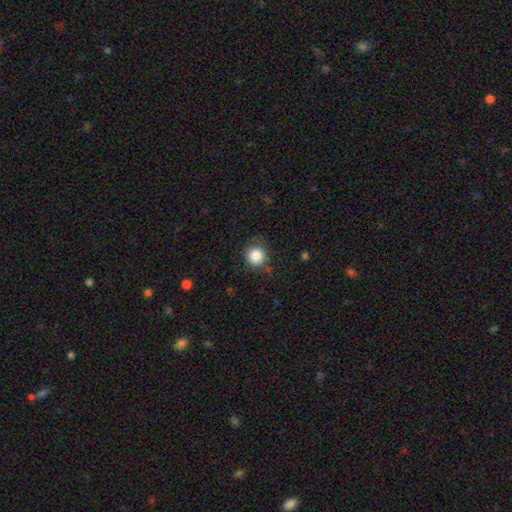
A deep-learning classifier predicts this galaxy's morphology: smooth_or_featured: smooth (p=0.86) [alt: star or artifact p=0.10]
how_rounded: round (p=0.90) [alt: in between p=0.09]
merging: none (p=0.79) [alt: minor disturbance p=0.15]